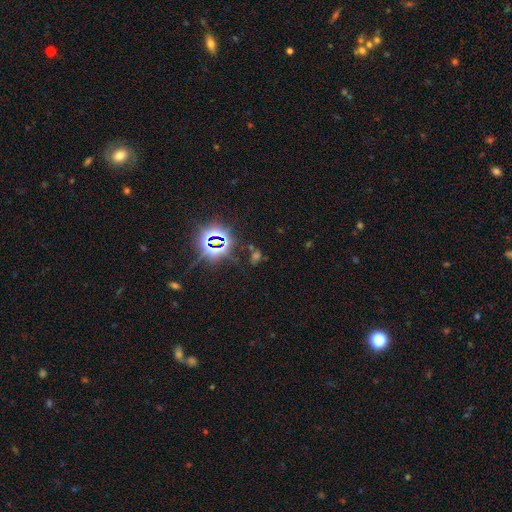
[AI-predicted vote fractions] Overall: star or artifact (73%).